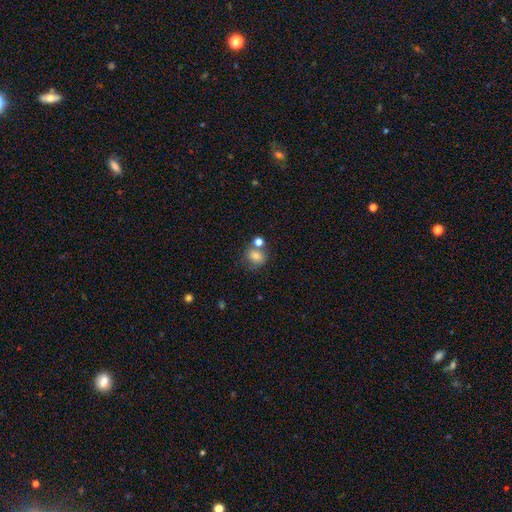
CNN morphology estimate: A smooth galaxy with no disk features (76%) that is round (66%). Merging: none (57%).